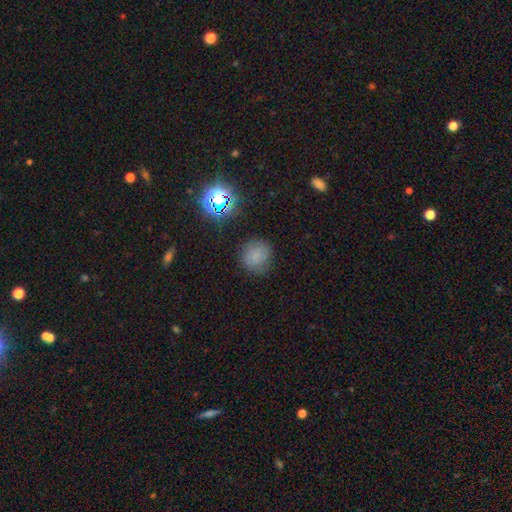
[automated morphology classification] smooth_or_featured: smooth (p=0.69) [alt: star or artifact p=0.19]
how_rounded: round (p=0.88) [alt: in between p=0.11]
merging: none (p=0.78) [alt: minor disturbance p=0.15]